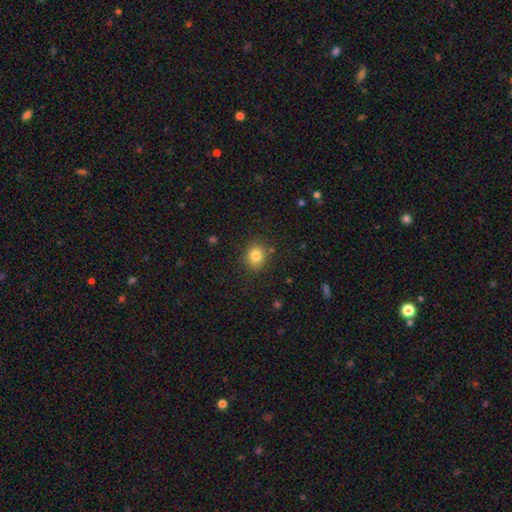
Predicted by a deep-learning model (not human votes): Smooth or featured? smooth (82%)
How rounded? round (66%)
Merging? none (84%)